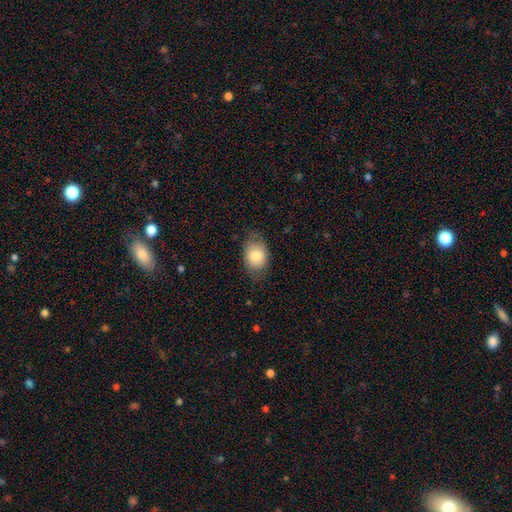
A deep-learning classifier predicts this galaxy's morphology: Smooth or featured: smooth — 81% (featured or disk — 12%)
How rounded: in between — 72% (round — 27%)
Merging: none — 74% (minor disturbance — 20%)